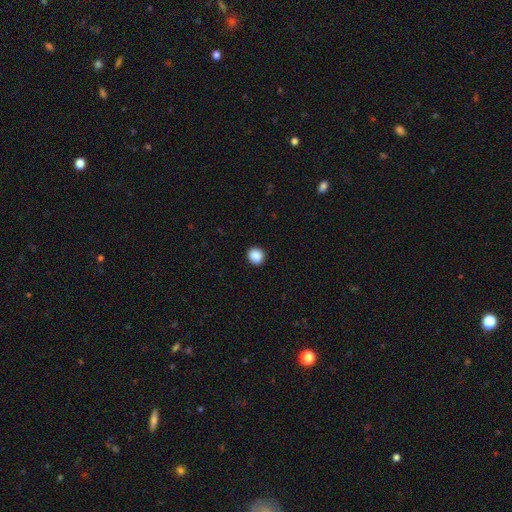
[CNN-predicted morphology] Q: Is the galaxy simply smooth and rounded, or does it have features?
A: smooth — 89%.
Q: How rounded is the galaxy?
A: round — 91%.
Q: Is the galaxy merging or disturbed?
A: none — 93%.